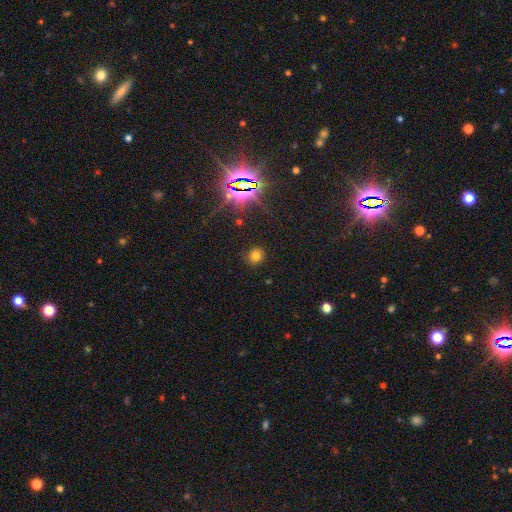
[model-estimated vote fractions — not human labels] The model was most divided on "smooth or featured": smooth: 71%, star or artifact: 22%, featured or disk: 8%. More confident: merging — none (87%); how rounded — round (86%).